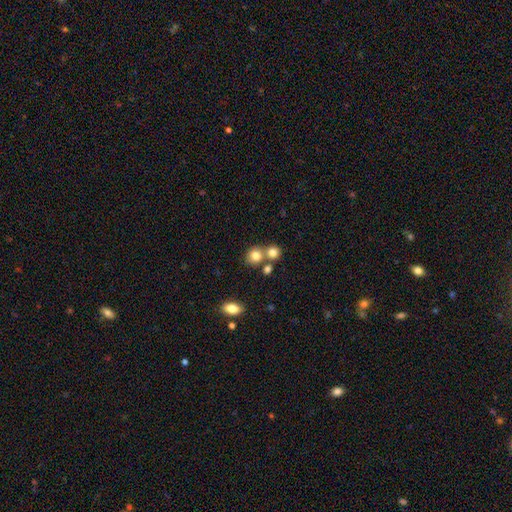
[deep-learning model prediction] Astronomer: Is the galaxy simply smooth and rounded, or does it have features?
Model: smooth — 80%.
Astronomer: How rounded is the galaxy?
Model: round — 79%.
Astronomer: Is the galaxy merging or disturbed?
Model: none — 52% (runner-up: merger, 37%).